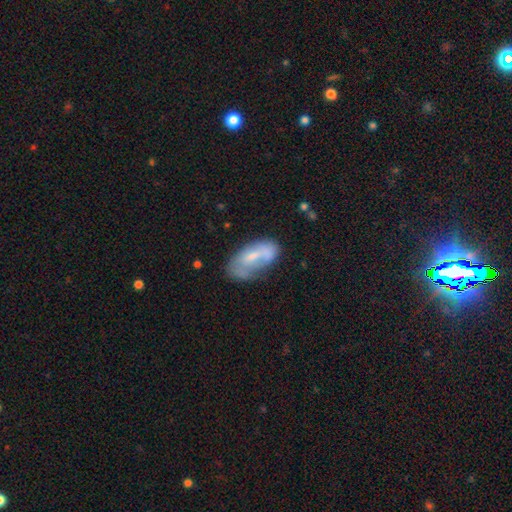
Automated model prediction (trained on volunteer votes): Overall: smooth (51%; featured or disk 41%). How rounded: in between (89%). Merging: none (49%; minor disturbance 29%).